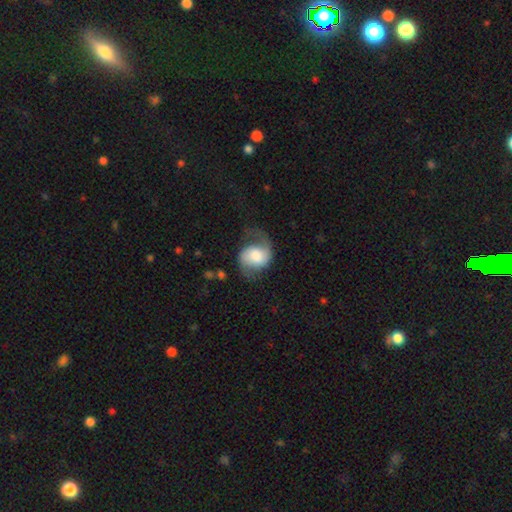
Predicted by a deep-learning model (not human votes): smooth_or_featured: featured or disk (p=0.66) [alt: smooth p=0.27]
disk_edge_on: no (p=0.97) [alt: yes p=0.03]
bar: no (p=0.53) [alt: weak p=0.36]
has_spiral_arms: yes (p=0.91) [alt: no p=0.09]
spiral_winding: loose (p=0.57) [alt: medium p=0.34]
spiral_arm_count: 2 (p=0.86) [alt: 1 p=0.08]
bulge_size: large (p=0.37) [alt: moderate p=0.32]
merging: none (p=0.55) [alt: minor disturbance p=0.22]